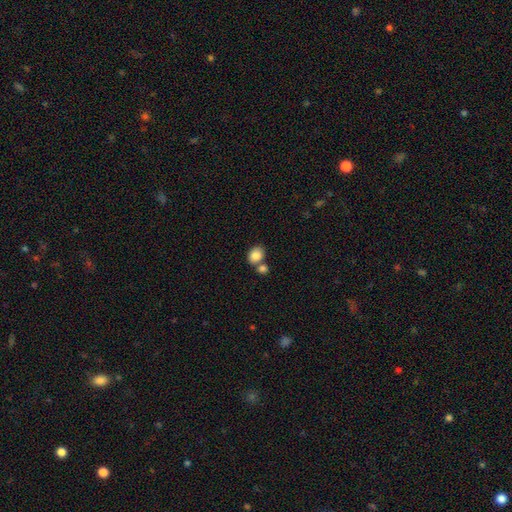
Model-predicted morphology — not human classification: Smooth or featured: smooth — 86% (star or artifact — 8%)
How rounded: in between — 53% (round — 46%)
Merging: none — 50% (merger — 36%)